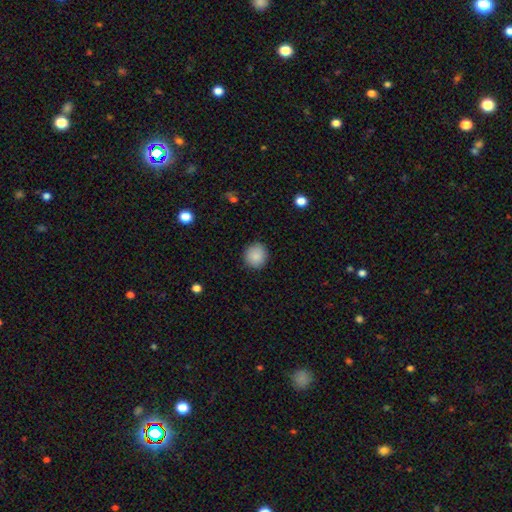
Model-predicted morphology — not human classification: A smooth galaxy with no disk features (89%) that is round (87%). Merging: none (89%).